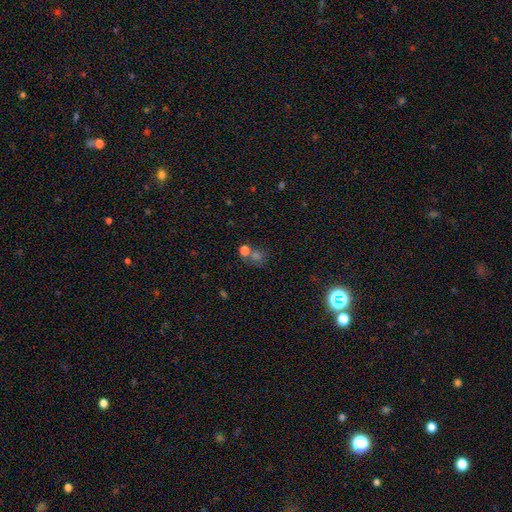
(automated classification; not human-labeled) Smooth or featured? smooth (49%)
Merging? none (49%)